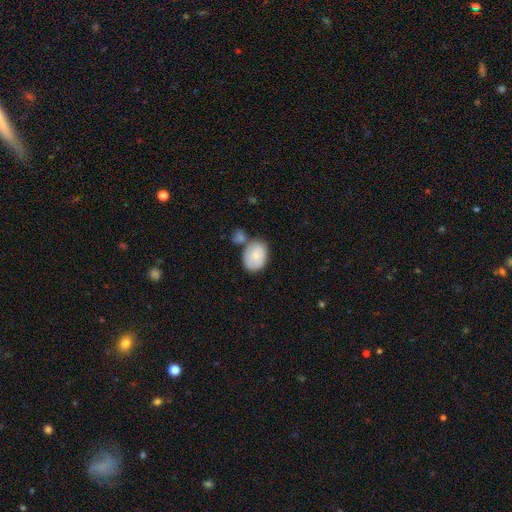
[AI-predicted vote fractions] Morphology: type=smooth (82%); roundness=in between (75%); merging=none (50%).